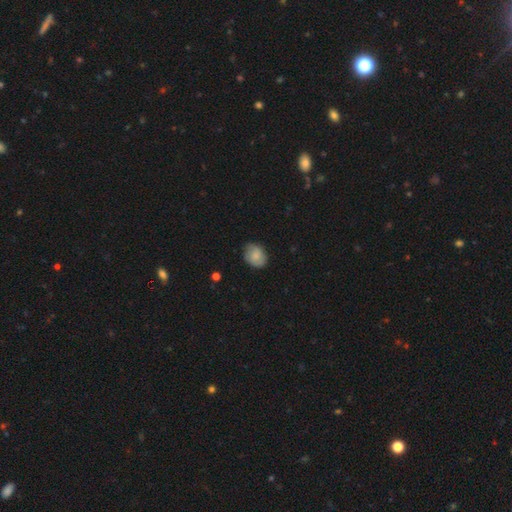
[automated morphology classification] A smooth galaxy with no disk features (74%) that is in between round and cigar-shaped (55%). Merging: none (77%).